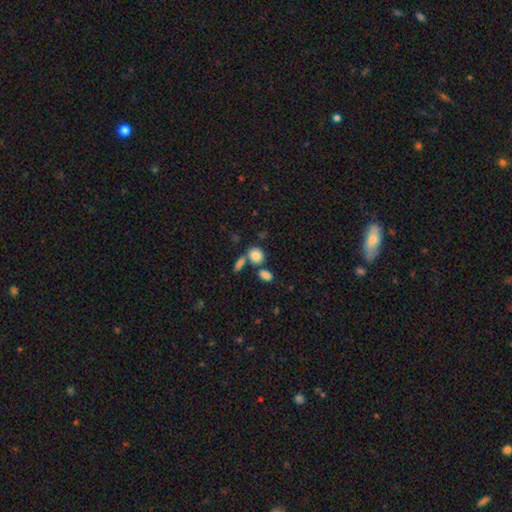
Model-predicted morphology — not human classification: This is clearly a smooth galaxy (84%). How rounded: possibly round (57%). Merging: possibly none (53%).